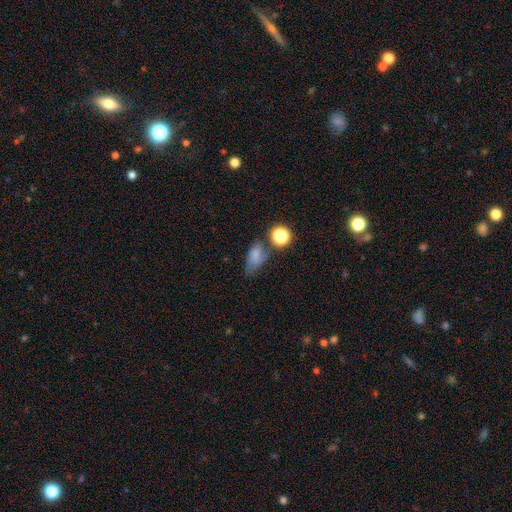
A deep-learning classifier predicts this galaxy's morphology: Smooth or featured?
  - smooth: 68% *
  - featured or disk: 17%
  - star or artifact: 16%
How rounded?
  - in between: 79% *
  - round: 17%
  - cigar-shaped: 4%
Merging?
  - none: 43% *
  - minor disturbance: 27%
  - major disturbance: 15%
  - merger: 14%